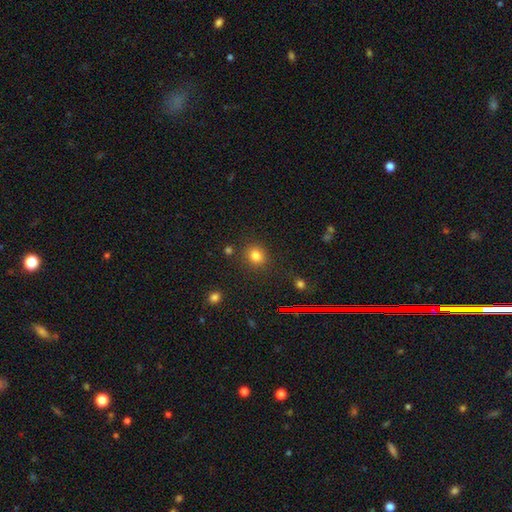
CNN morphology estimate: Smooth or featured: smooth — 79% (star or artifact — 15%)
How rounded: round — 78% (in between — 21%)
Merging: none — 84% (minor disturbance — 9%)